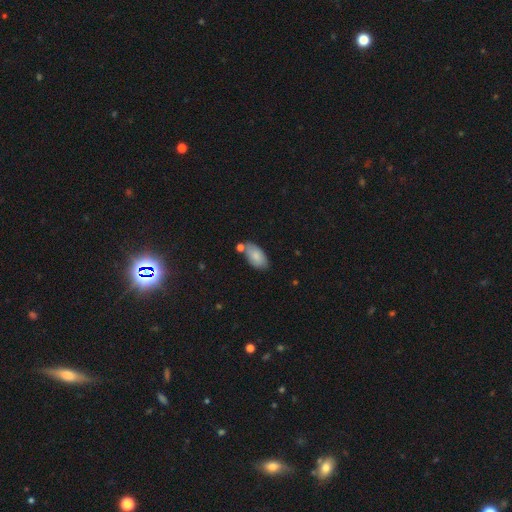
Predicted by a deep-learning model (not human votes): smooth_or_featured: smooth (p=0.80) [alt: featured or disk p=0.13]
how_rounded: in between (p=0.94) [alt: round p=0.03]
merging: none (p=0.65) [alt: minor disturbance p=0.19]